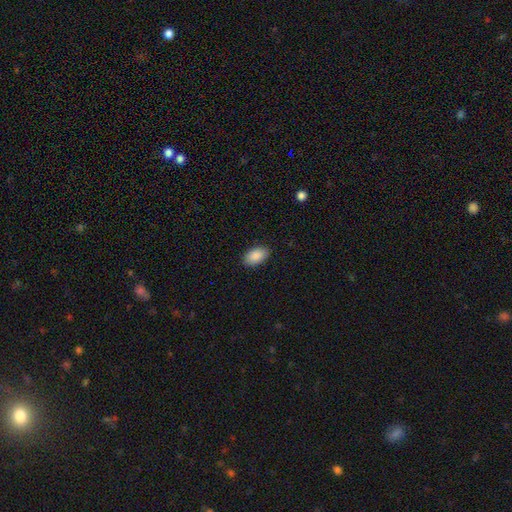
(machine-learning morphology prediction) This appears to be a smooth galaxy with no disk features (89%) that is in between round and cigar-shaped (94%). Merging: none (88%).